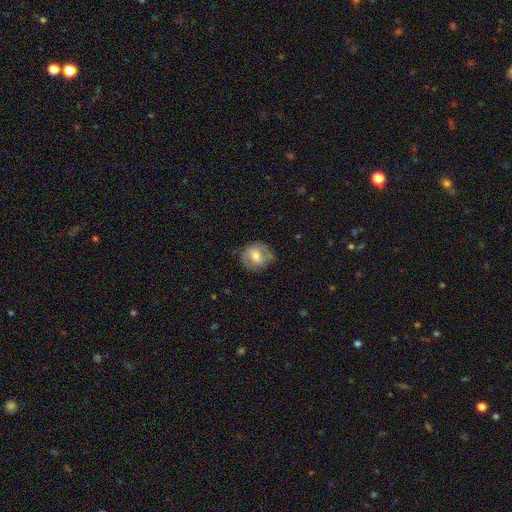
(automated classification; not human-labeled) This appears to be a smooth galaxy with no disk features (46%, tied with featured or disk). Merging: none (69%).